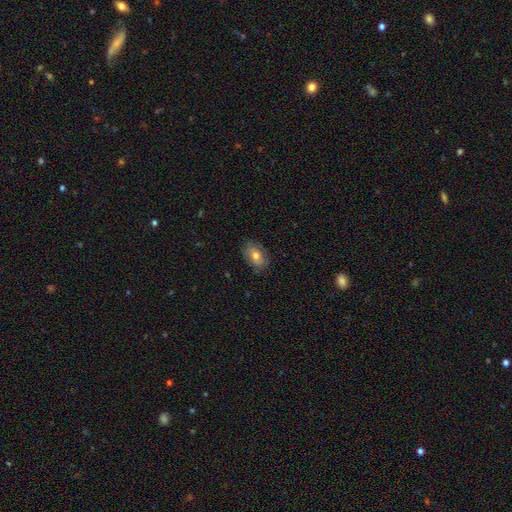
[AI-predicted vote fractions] Overall: smooth (71%). How rounded: in between (87%). Merging: none (81%).